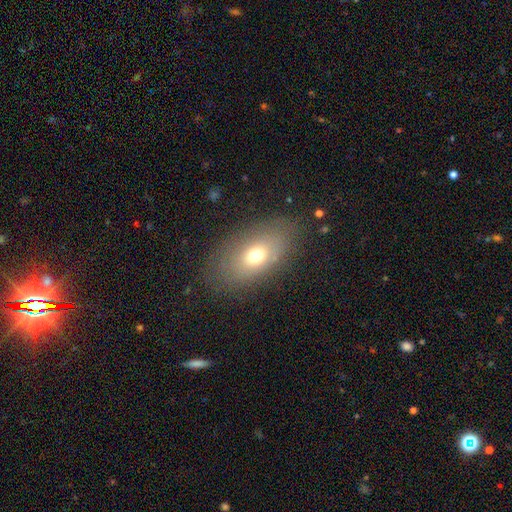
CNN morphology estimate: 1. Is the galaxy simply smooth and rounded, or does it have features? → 65% smooth, 23% featured or disk, 12% star or artifact.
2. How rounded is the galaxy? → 86% in between, 11% round, 3% cigar-shaped.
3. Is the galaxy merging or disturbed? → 78% none, 14% minor disturbance, 7% major disturbance, 1% merger.